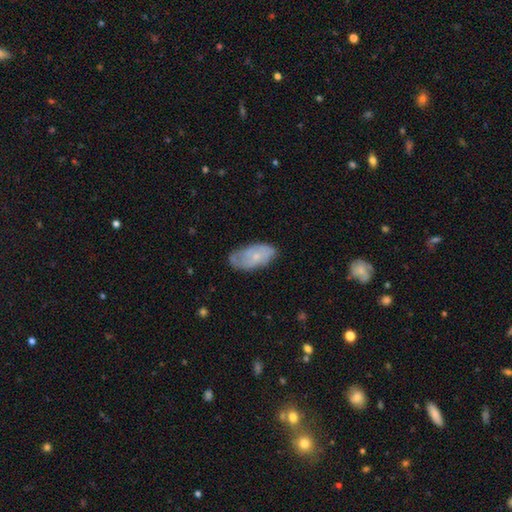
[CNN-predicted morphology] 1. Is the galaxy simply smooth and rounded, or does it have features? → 48% smooth, 45% featured or disk, 7% star or artifact.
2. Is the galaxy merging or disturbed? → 61% none, 30% minor disturbance, 8% major disturbance, 2% merger.